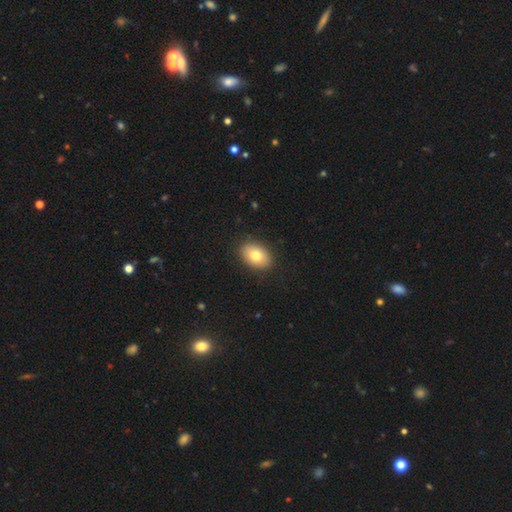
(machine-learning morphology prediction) Overall: smooth (79%). How rounded: in between (81%). Merging: none (88%).